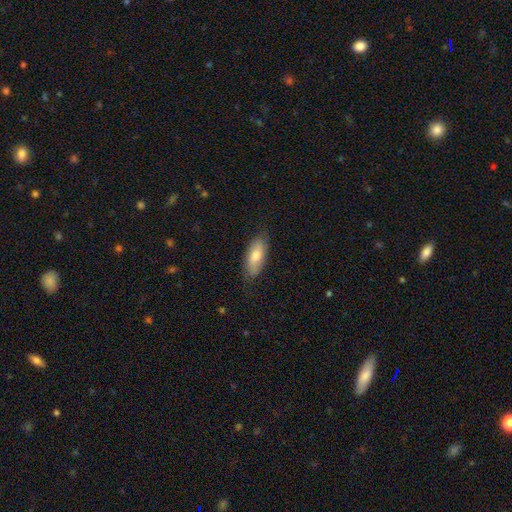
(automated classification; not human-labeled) Smooth or featured? Predicted: smooth (p=0.70). How rounded? Predicted: in between (p=0.79). Merging? Predicted: none (p=0.80).